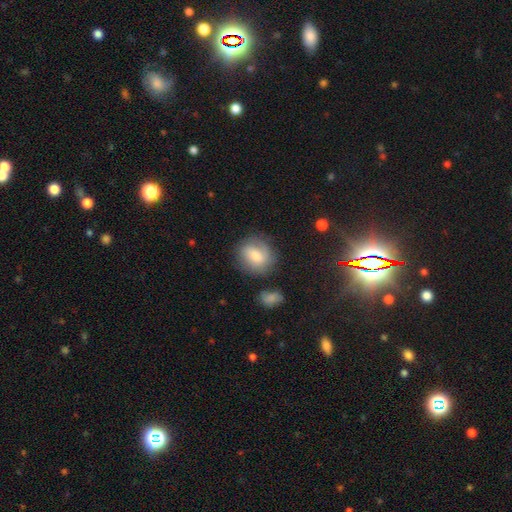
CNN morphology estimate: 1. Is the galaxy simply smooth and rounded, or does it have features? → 60% smooth, 30% featured or disk, 10% star or artifact.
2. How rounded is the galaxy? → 75% round, 24% in between, 1% cigar-shaped.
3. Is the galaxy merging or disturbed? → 73% none, 18% minor disturbance, 6% major disturbance, 4% merger.